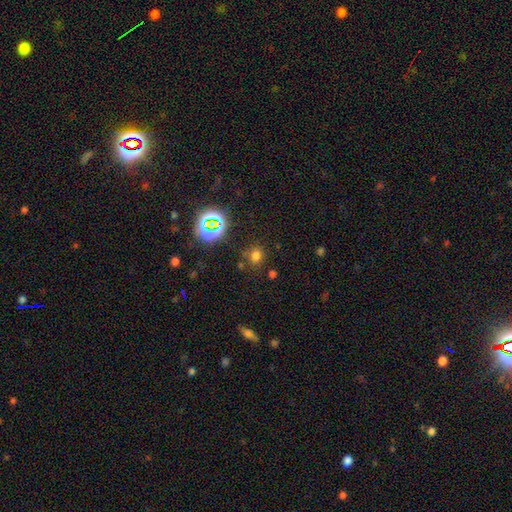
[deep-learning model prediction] A smooth galaxy with no disk features (66%) that is round (63%). Merging: none (76%).